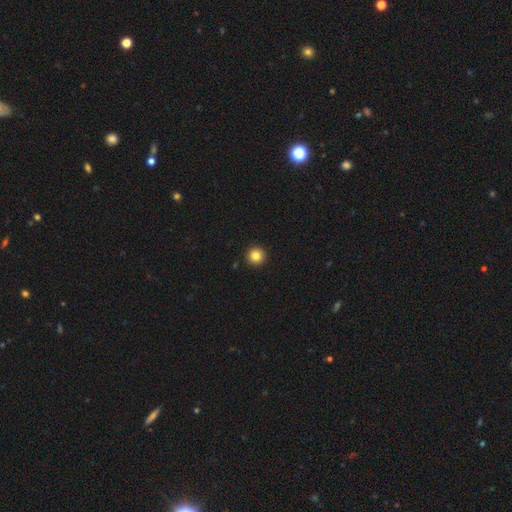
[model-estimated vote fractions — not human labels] smooth-or-featured: smooth: 83% | star or artifact: 11% | featured or disk: 6%
  how-rounded: round: 96% | in between: 3% | cigar-shaped: 1%
  merging: none: 94% | minor disturbance: 4% | major disturbance: 1% | merger: 1%